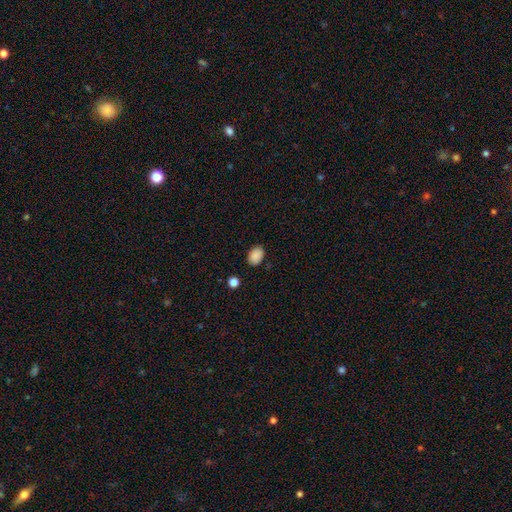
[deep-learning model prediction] Smooth or featured: smooth — 88% (star or artifact — 9%)
How rounded: in between — 80% (round — 19%)
Merging: none — 85% (minor disturbance — 10%)